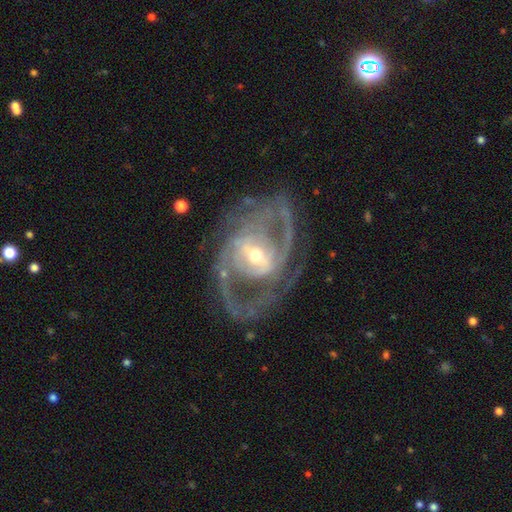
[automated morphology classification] type=featured or disk (89%); edge-on=no (97%); bar=weak (43%); spiral arms=yes (92%); winding=medium (50%); arm count=2 (66%); bulge=moderate (52%); merging=none (62%).